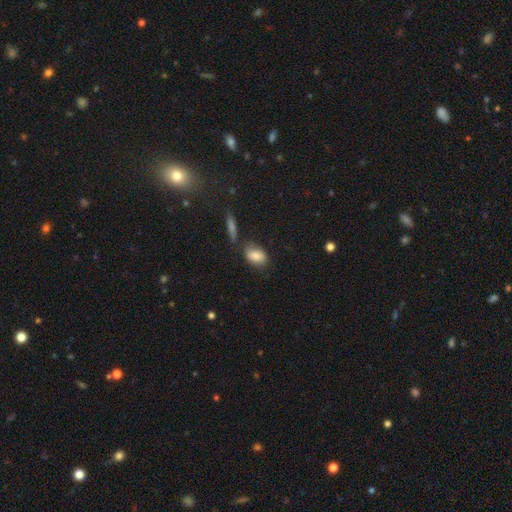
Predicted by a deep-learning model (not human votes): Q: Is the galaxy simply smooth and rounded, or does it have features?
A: smooth — 82%.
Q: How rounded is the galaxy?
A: in between — 83%.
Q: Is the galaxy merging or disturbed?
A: none — 66%.